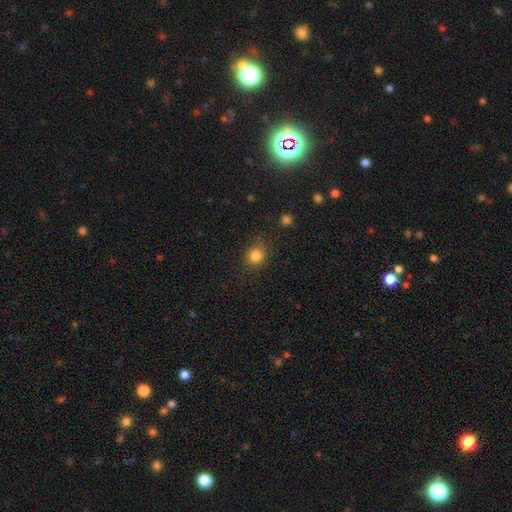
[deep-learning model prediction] A smooth galaxy with no disk features (83%) that is round (71%).

Vote fractions:
- Smooth or featured? smooth: 83% / star or artifact: 12% / featured or disk: 5%
- How rounded? round: 71% / in between: 28% / cigar-shaped: 1%
- Merging? none: 78% / minor disturbance: 15% / major disturbance: 5% / merger: 2%